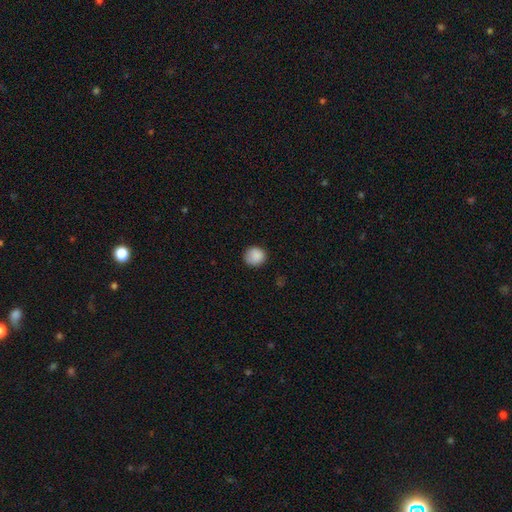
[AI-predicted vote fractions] A smooth galaxy with no disk features (88%) that is round (89%). Merging: none (82%).